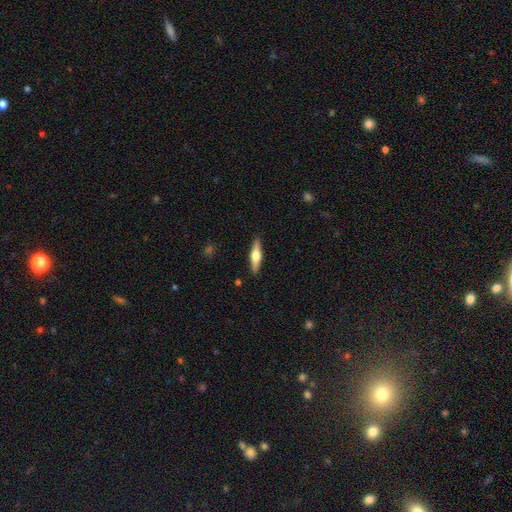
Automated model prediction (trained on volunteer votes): Overall: featured or disk (53%; smooth 42%). Edge-on disk: yes (95%). Merging: none (89%).